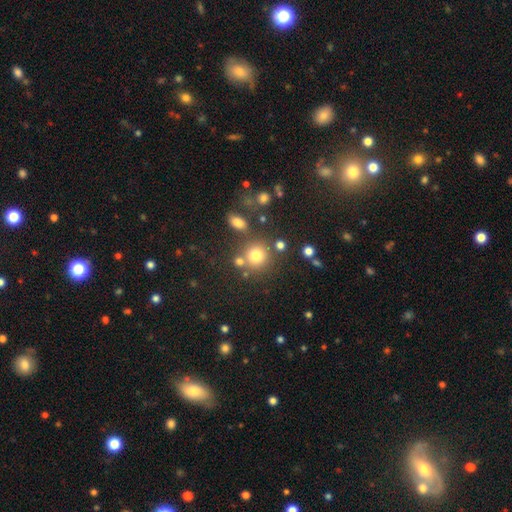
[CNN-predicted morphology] This is likely a smooth galaxy (76%). How rounded: clearly round (88%). Merging: likely none (70%).